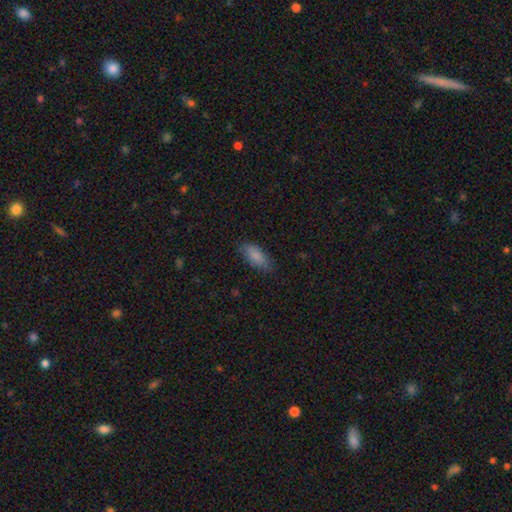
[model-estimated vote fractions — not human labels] Q: Smooth or featured?
A: smooth (85%); runner-up: featured or disk (9%)
Q: How rounded?
A: in between (84%); runner-up: cigar-shaped (14%)
Q: Merging?
A: none (78%); runner-up: minor disturbance (17%)